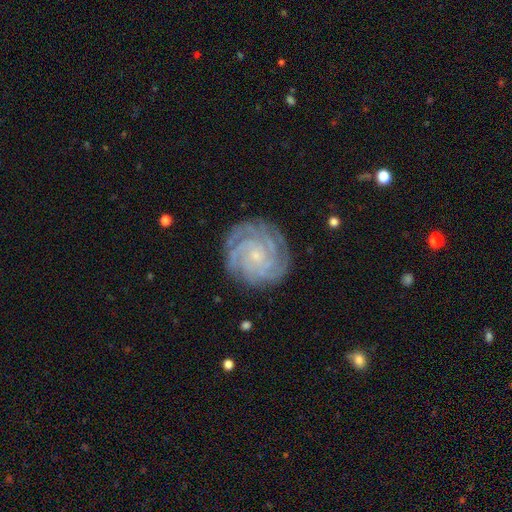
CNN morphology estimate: Overall: featured or disk (87%). Edge-on disk: no (98%). Bar: no (75%). Spiral arms: yes (98%). Spiral arm count: 4 (32%; more than 4 18%). Spiral winding: tight (84%). Bulge size: small (80%). Merging: none (84%).